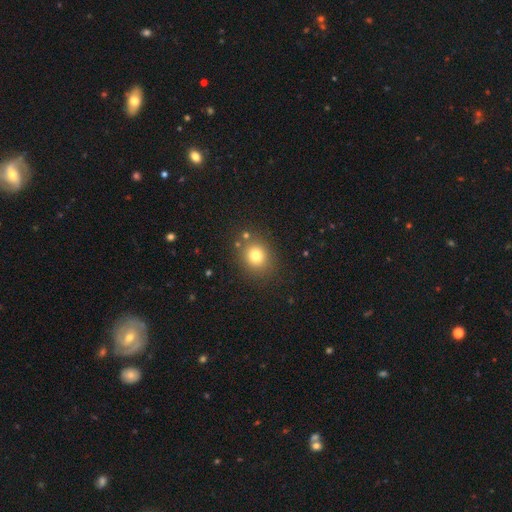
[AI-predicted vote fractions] Morphology: type=smooth (76%); roundness=round (76%); merging=none (82%).